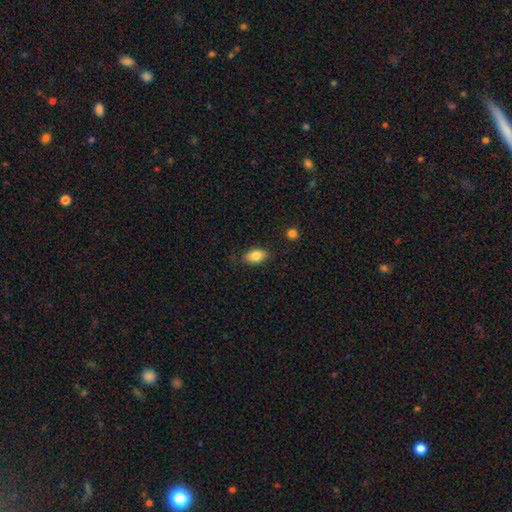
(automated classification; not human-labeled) A smooth galaxy with no disk features (84%) that is in between round and cigar-shaped (89%).

Vote fractions:
- Smooth or featured? smooth: 84% / featured or disk: 9% / star or artifact: 8%
- How rounded? in between: 89% / round: 9% / cigar-shaped: 2%
- Merging? none: 81% / minor disturbance: 14% / major disturbance: 3% / merger: 2%